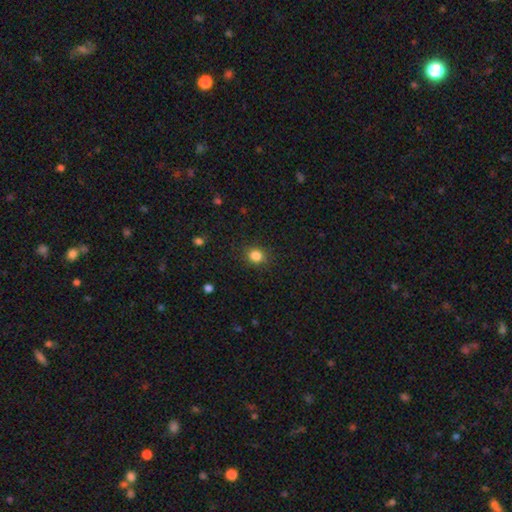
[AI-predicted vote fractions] A smooth galaxy with no disk features (84%) that is round (77%).

Vote fractions:
- Smooth or featured? smooth: 84% / star or artifact: 12% / featured or disk: 4%
- How rounded? round: 77% / in between: 22% / cigar-shaped: 1%
- Merging? none: 88% / minor disturbance: 8% / major disturbance: 3% / merger: 1%